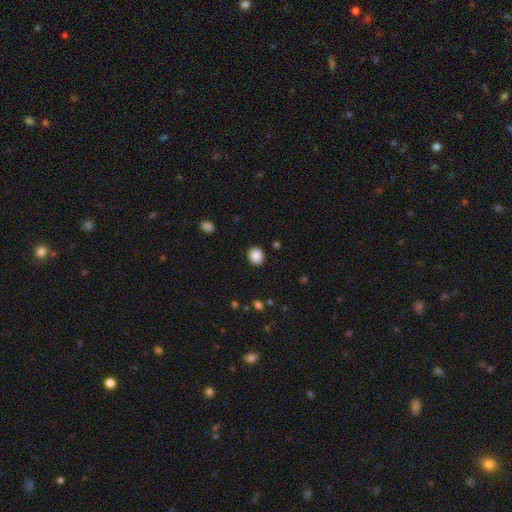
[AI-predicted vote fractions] smooth 87%, star or artifact 9%, featured or disk 4%. Down the decision tree: how rounded — round (82%); merging — none (91%).